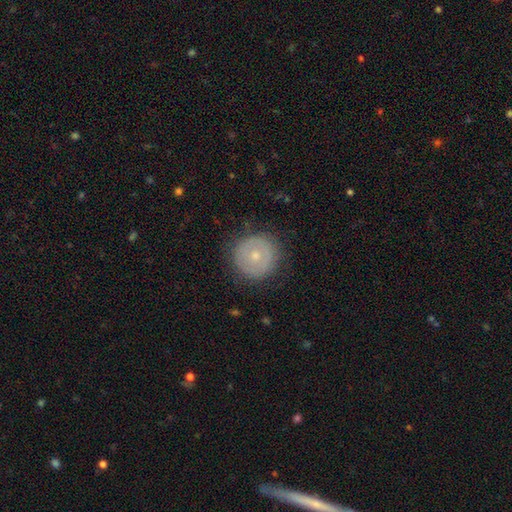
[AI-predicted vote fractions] This is possibly a smooth galaxy (54%). How rounded: clearly round (95%). Merging: clearly none (87%).